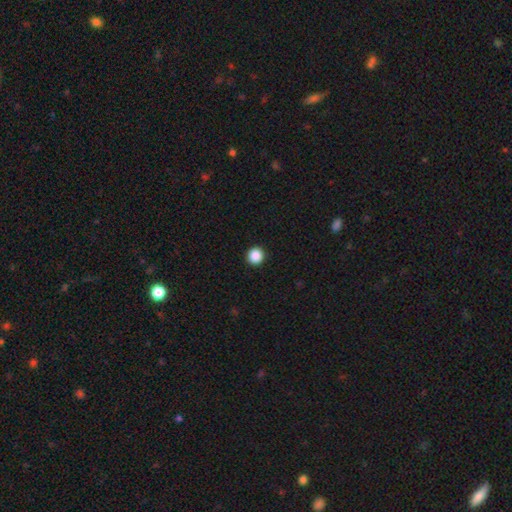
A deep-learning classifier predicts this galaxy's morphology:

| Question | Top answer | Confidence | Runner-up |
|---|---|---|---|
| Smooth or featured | smooth | 88% | star or artifact (9%) |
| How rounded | round | 95% | in between (4%) |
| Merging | none | 94% | minor disturbance (4%) |